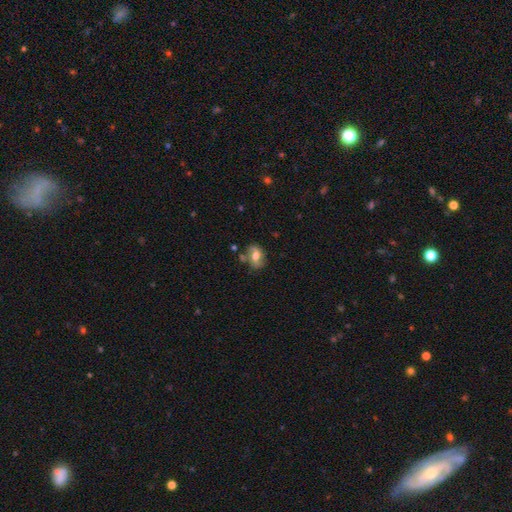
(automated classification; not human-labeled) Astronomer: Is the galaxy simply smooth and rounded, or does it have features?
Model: featured or disk — 48% (runner-up: smooth, 43%).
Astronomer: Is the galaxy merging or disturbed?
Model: none — 64%.